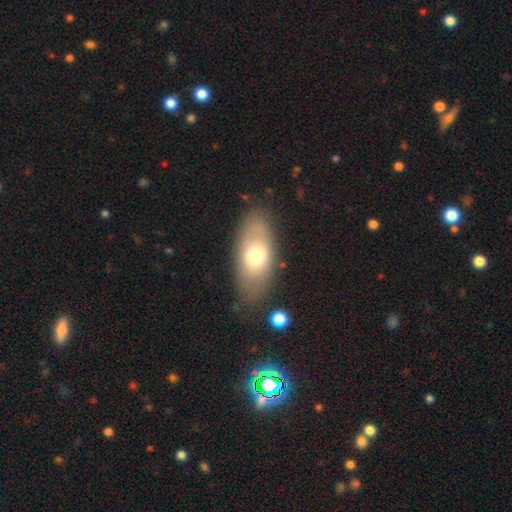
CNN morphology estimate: type=smooth (65%); roundness=in between (88%); merging=none (81%).